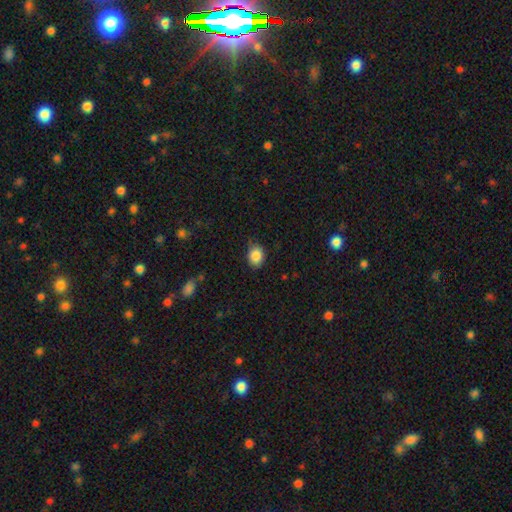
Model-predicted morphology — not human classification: Smooth or featured?
  - smooth: 86% *
  - star or artifact: 9%
  - featured or disk: 5%
How rounded?
  - round: 50% *
  - in between: 49%
  - cigar-shaped: 1%
Merging?
  - none: 75% *
  - minor disturbance: 21%
  - major disturbance: 3%
  - merger: 1%